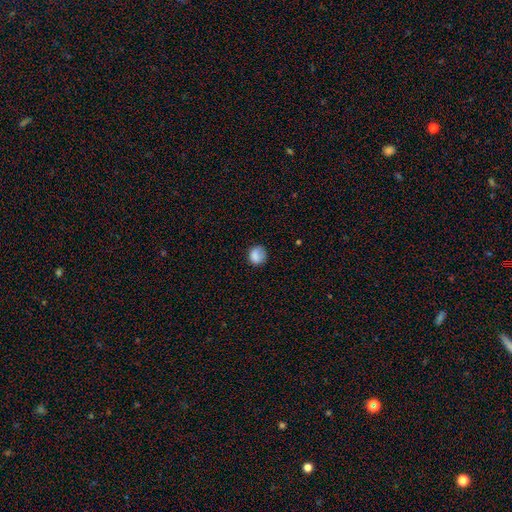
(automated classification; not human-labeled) A smooth galaxy with no disk features (83%) that is round (83%). Merging: none (72%).